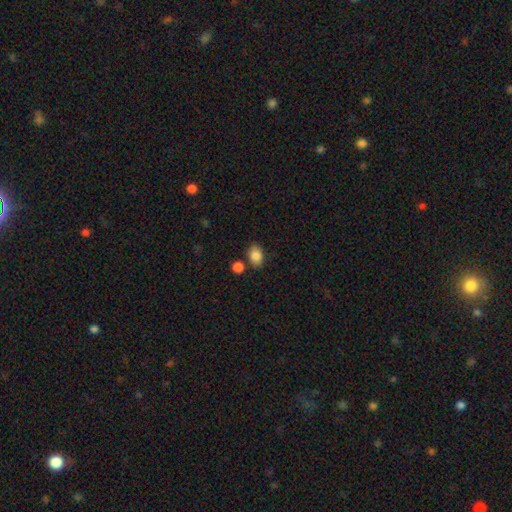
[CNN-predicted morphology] type=smooth (86%); roundness=in between (78%); merging=none (77%).